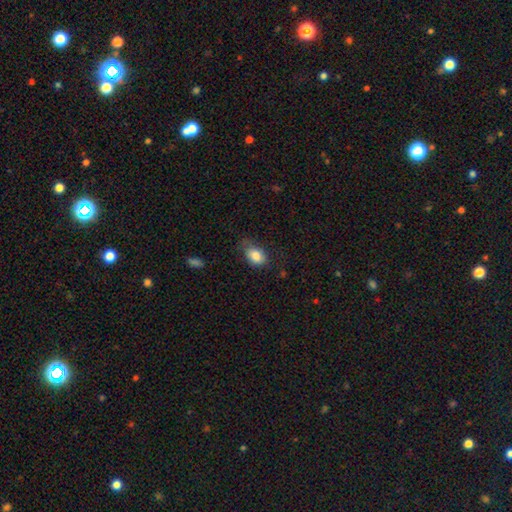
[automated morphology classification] type=smooth (83%); roundness=in between (78%); merging=none (57%).